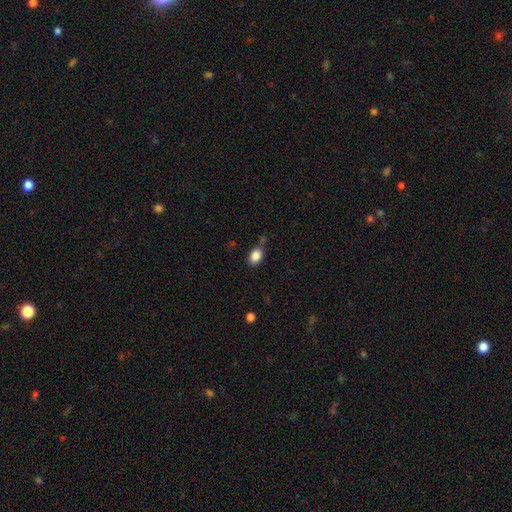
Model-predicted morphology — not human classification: smooth 86%, star or artifact 9%, featured or disk 5%. Down the decision tree: how rounded — in between (77%); merging — none (67%).